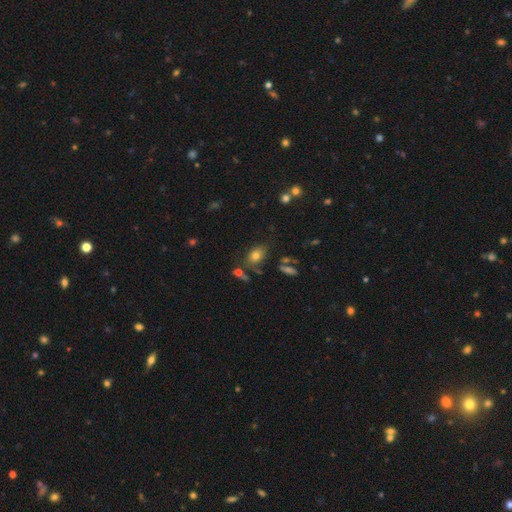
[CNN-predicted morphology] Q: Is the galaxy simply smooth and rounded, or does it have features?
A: smooth — 75%.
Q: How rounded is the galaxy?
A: in between — 77%.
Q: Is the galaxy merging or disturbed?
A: none — 70%.